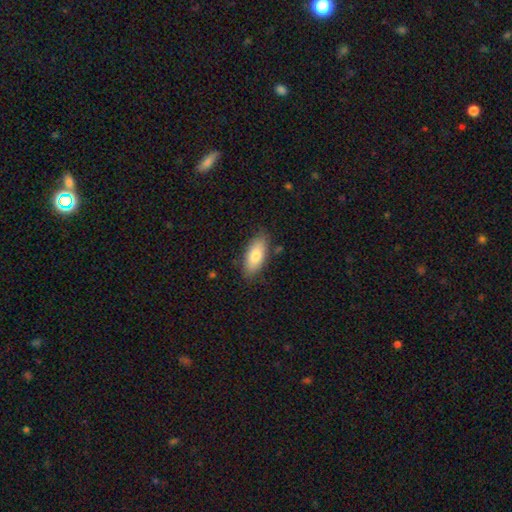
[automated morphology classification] smooth_or_featured: smooth (p=0.78) [alt: featured or disk p=0.15]
how_rounded: in between (p=0.85) [alt: cigar-shaped p=0.13]
merging: none (p=0.81) [alt: minor disturbance p=0.14]